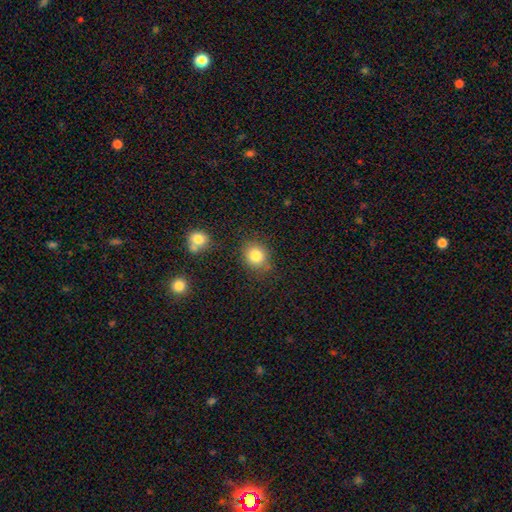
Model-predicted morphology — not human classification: Smooth or featured? Predicted: smooth (p=0.83). How rounded? Predicted: round (p=0.73). Merging? Predicted: none (p=0.81).